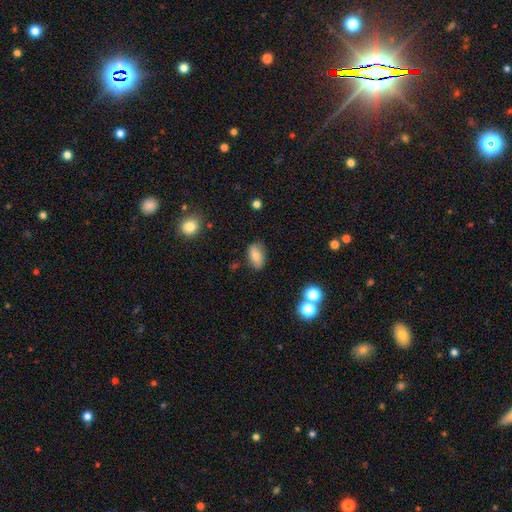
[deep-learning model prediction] smooth-or-featured: smooth: 79% | featured or disk: 12% | star or artifact: 9%
  how-rounded: in between: 90% | round: 7% | cigar-shaped: 4%
  merging: none: 79% | minor disturbance: 16% | major disturbance: 3% | merger: 2%